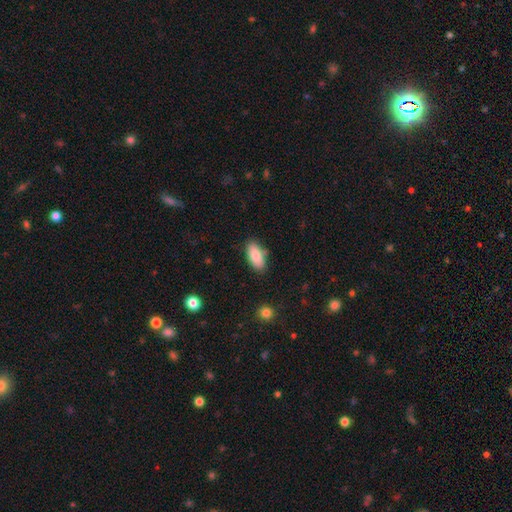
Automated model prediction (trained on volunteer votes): This is clearly a smooth galaxy (85%). How rounded: clearly in between (89%). Merging: clearly none (80%).